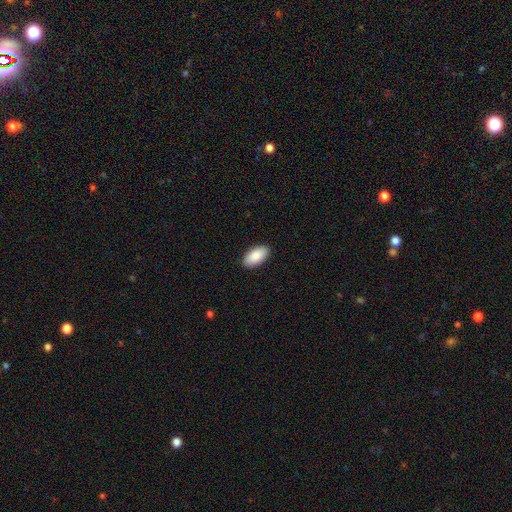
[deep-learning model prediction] smooth-or-featured: smooth: 90% | star or artifact: 6% | featured or disk: 5%
  how-rounded: in between: 95% | cigar-shaped: 3% | round: 2%
  merging: none: 90% | minor disturbance: 7% | major disturbance: 2% | merger: 1%